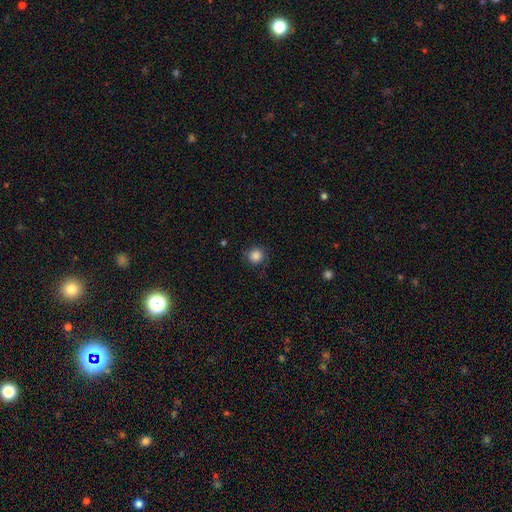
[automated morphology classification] Overall: smooth (85%). How rounded: round (92%). Merging: none (82%).